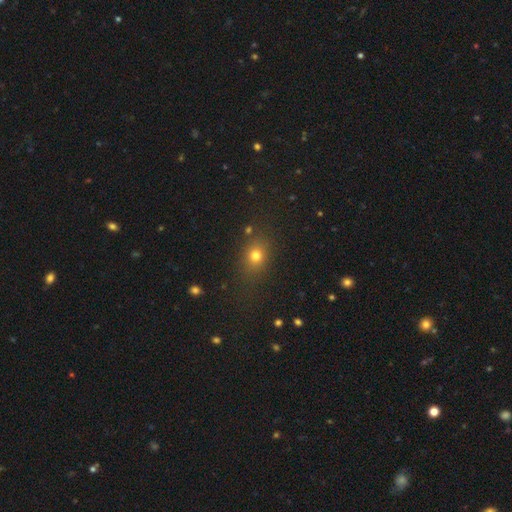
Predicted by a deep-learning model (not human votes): This is likely a smooth galaxy (74%). How rounded: possibly round (55%). Merging: likely none (78%).